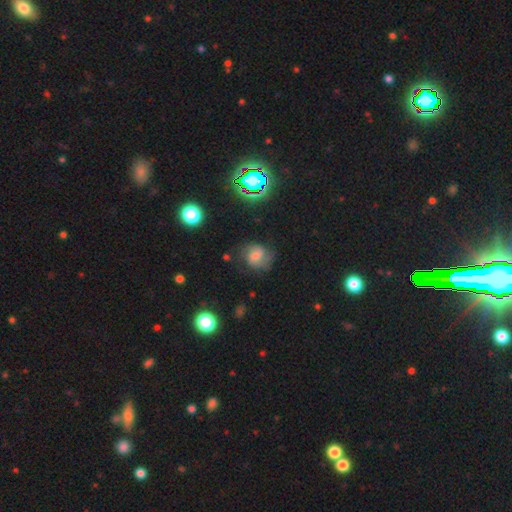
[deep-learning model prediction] Smooth or featured: featured or disk — 60% (smooth — 26%)
Edge-on disk: no — 97% (yes — 3%)
Bar: weak — 49% (no — 37%)
Spiral arms: yes — 91% (no — 9%)
Spiral winding: medium — 49% (tight — 27%)
Spiral arm count: 2 — 75% (can't tell — 12%)
Bulge size: moderate — 42% (small — 35%)
Merging: none — 66% (minor disturbance — 20%)